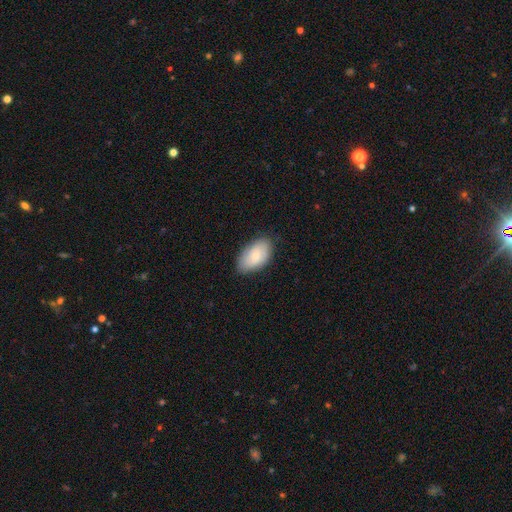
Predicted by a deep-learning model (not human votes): A smooth galaxy with no disk features (71%) that is in between round and cigar-shaped (93%).

Vote fractions:
- Smooth or featured? smooth: 71% / featured or disk: 23% / star or artifact: 7%
- How rounded? in between: 93% / round: 5% / cigar-shaped: 2%
- Merging? none: 79% / minor disturbance: 17% / major disturbance: 3% / merger: 1%